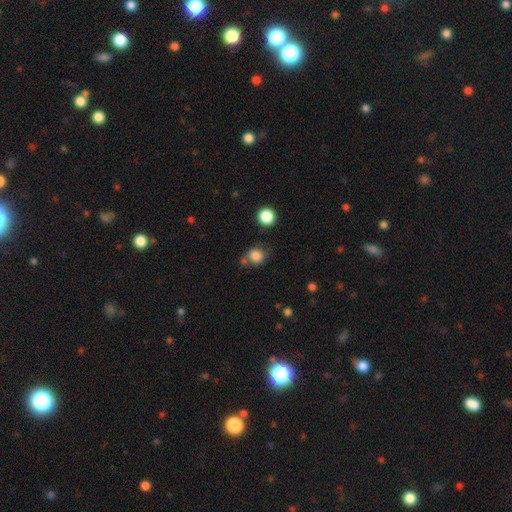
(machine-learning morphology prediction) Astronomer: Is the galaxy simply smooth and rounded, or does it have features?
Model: smooth — 83%.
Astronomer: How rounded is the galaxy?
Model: round — 79%.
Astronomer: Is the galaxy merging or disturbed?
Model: none — 64%.